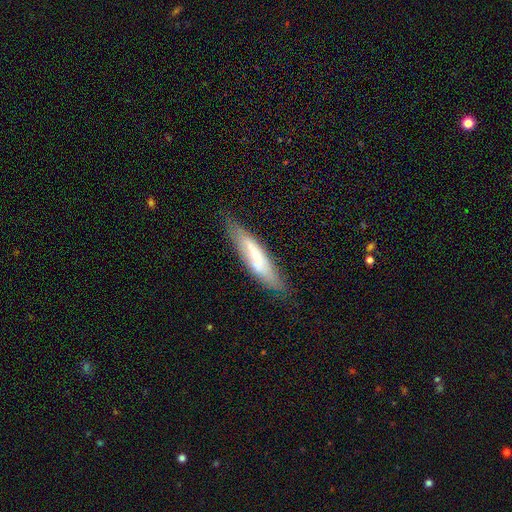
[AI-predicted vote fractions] Overall: featured or disk (47%; smooth 46%). Merging: none (77%).